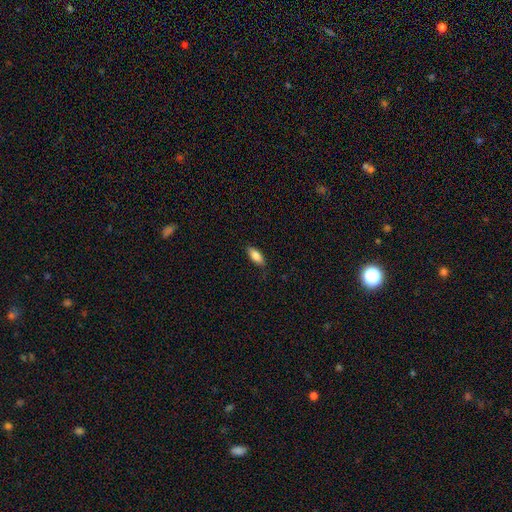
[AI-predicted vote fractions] smooth 84%, featured or disk 9%, star or artifact 7%. Down the decision tree: how rounded — in between (84%); merging — none (82%).